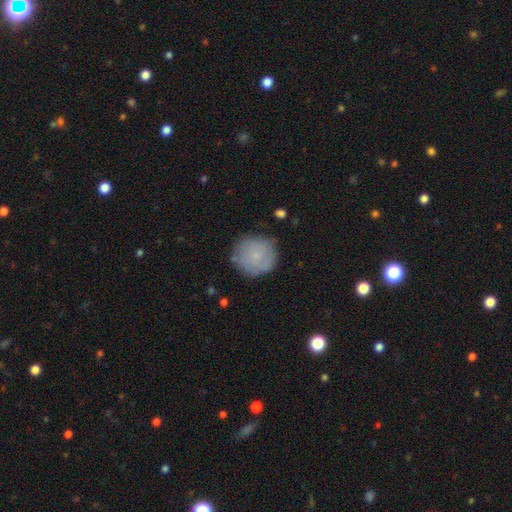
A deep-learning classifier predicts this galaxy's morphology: type=smooth (70%); roundness=round (92%); merging=none (77%).